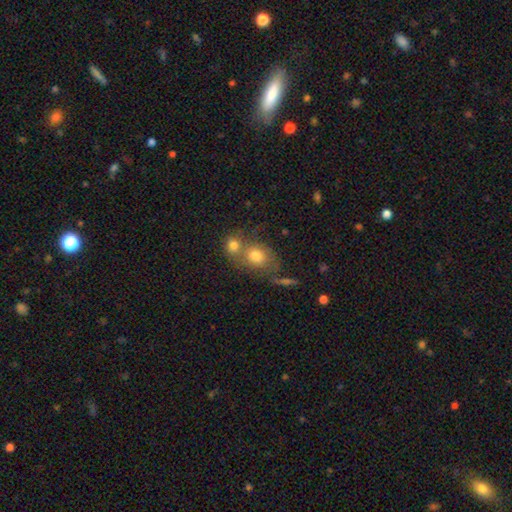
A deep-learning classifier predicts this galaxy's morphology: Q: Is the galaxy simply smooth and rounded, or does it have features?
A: smooth — 71%.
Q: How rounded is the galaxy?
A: round — 54%.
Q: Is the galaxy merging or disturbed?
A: merger — 47%.